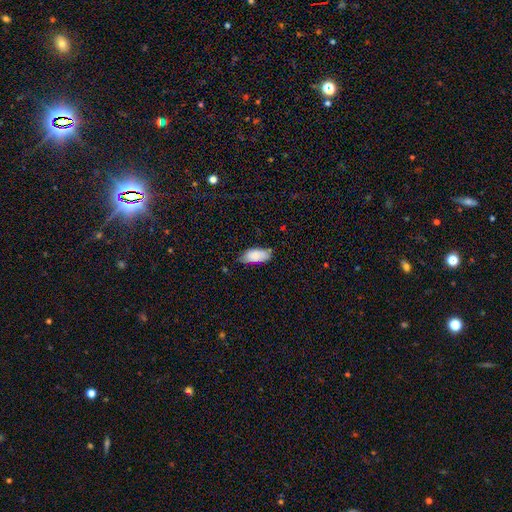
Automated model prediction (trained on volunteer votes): Morphology: type=smooth (84%); roundness=in between (90%); merging=none (59%).